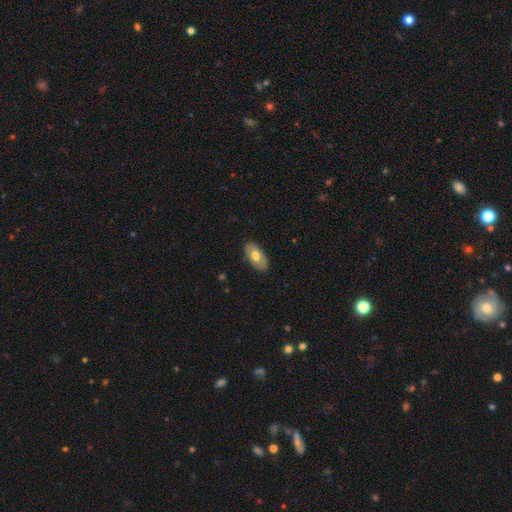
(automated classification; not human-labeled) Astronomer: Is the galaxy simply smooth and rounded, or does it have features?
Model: smooth — 62%.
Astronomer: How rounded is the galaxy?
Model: in between — 93%.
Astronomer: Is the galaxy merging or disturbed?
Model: none — 83%.